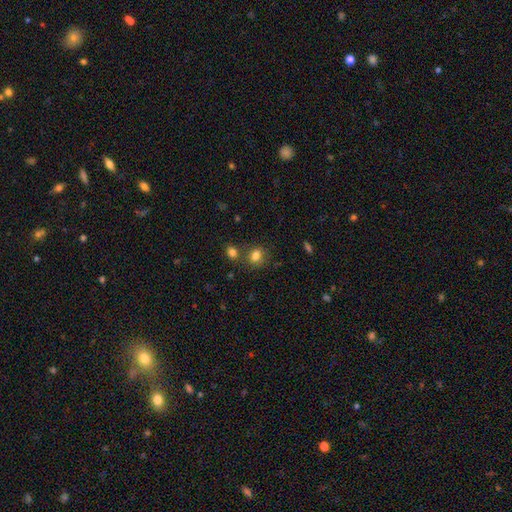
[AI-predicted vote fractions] This is clearly a smooth galaxy (81%). How rounded: possibly round (59%). Merging: likely none (69%).